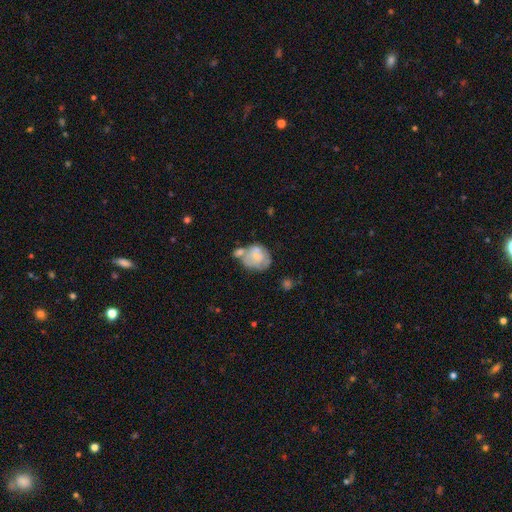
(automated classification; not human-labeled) The model was most divided on "smooth or featured": smooth: 52%, featured or disk: 41%, star or artifact: 7%. Remaining: how rounded — round (57%); merging — merger (40%).